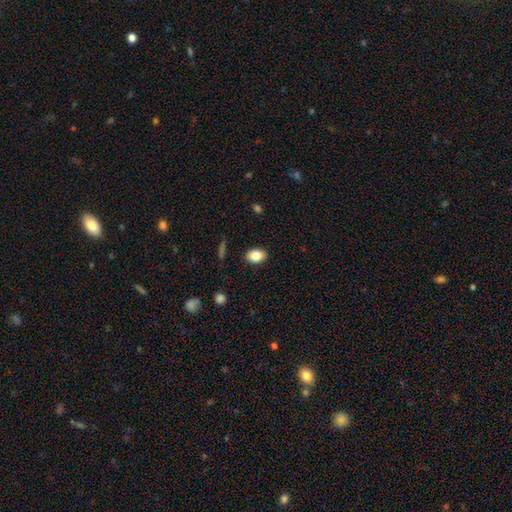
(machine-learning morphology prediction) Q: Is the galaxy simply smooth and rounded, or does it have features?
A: smooth — 83%.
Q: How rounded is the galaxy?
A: in between — 80%.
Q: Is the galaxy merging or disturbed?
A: none — 87%.